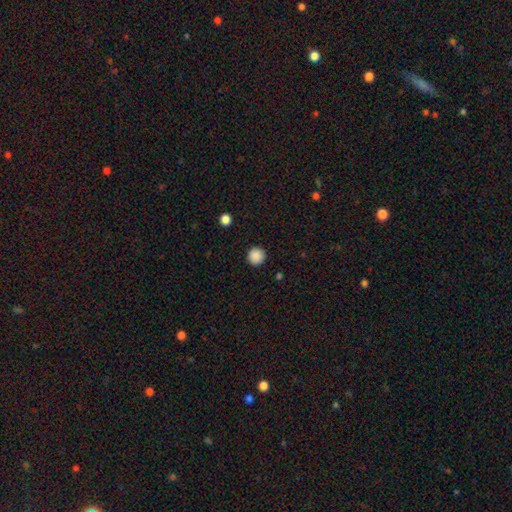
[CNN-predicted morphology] This is clearly a smooth galaxy (89%). How rounded: clearly round (96%). Merging: clearly none (92%).